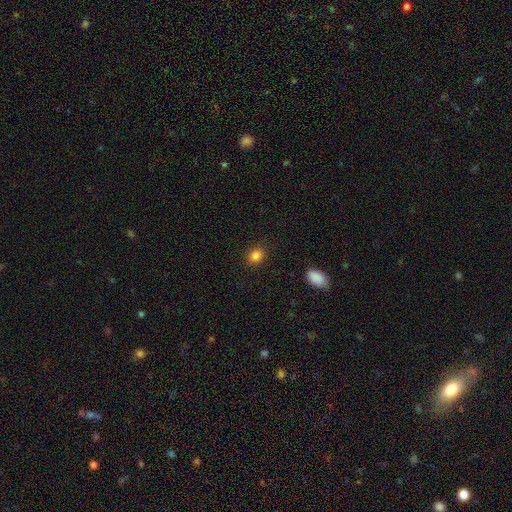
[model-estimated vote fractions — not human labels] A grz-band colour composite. It shows a smooth galaxy with no disk features (85%) that is round (61%). Merging: none (88%).